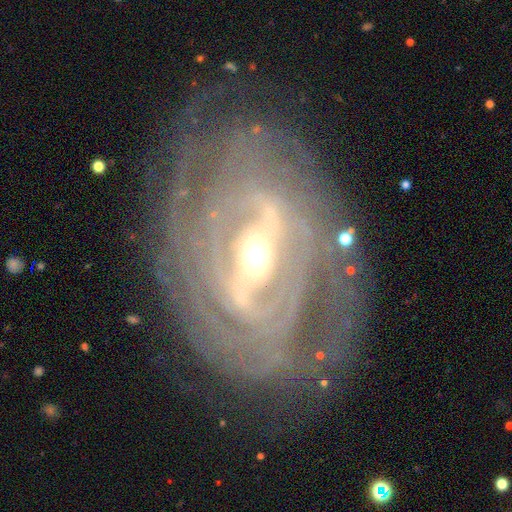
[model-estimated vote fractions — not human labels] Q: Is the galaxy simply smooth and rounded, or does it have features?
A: featured or disk — 90%.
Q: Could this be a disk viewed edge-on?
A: no — 94%.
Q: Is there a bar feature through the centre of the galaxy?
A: strong — 63%.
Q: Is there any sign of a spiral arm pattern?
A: yes — 90%.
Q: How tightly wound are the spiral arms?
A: tight — 66%.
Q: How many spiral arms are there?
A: can't tell — 34%.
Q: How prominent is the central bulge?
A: moderate — 56%.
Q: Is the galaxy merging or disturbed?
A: none — 69%.